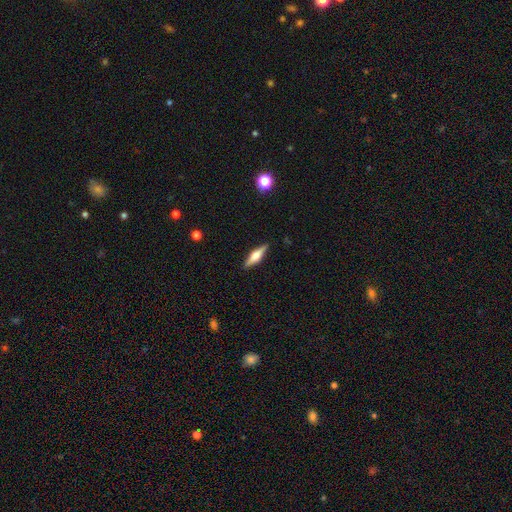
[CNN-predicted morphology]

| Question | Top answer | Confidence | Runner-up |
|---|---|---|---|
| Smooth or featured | featured or disk | 59% | smooth (35%) |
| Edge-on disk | yes | 96% | no (4%) |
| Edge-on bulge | rounded | 90% | boxy (8%) |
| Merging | none | 89% | minor disturbance (8%) |